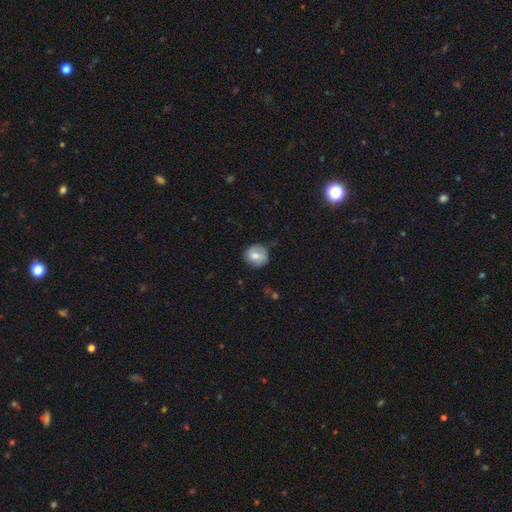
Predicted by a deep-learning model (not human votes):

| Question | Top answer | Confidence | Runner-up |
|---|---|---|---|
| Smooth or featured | smooth | 71% | featured or disk (22%) |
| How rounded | round | 81% | in between (18%) |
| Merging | none | 74% | minor disturbance (20%) |